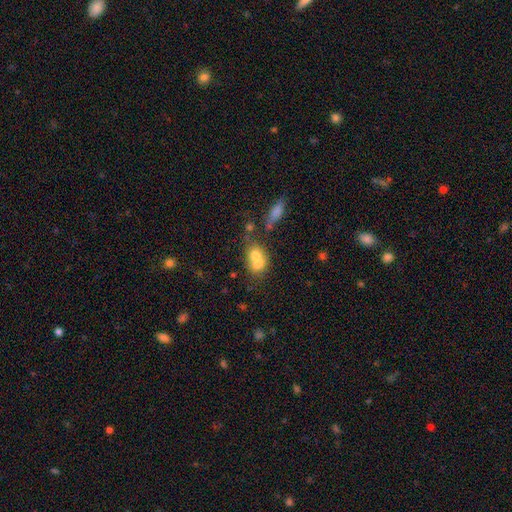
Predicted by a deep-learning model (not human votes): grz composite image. It shows a smooth galaxy with no disk features (66%) that is round (58%). Merging: merger (67%).